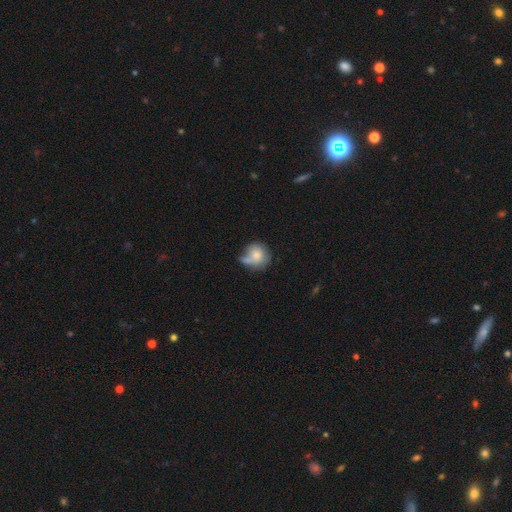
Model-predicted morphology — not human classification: Smooth or featured? smooth (69%)
How rounded? round (78%)
Merging? none (40%)